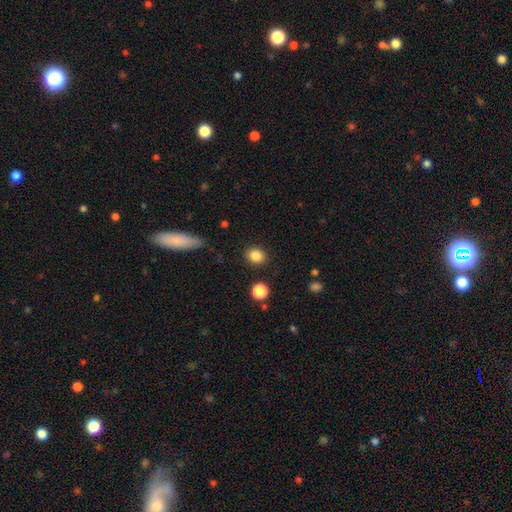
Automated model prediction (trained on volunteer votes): Q: Smooth or featured?
A: smooth (85%); runner-up: star or artifact (10%)
Q: How rounded?
A: round (64%); runner-up: in between (35%)
Q: Merging?
A: none (87%); runner-up: minor disturbance (8%)